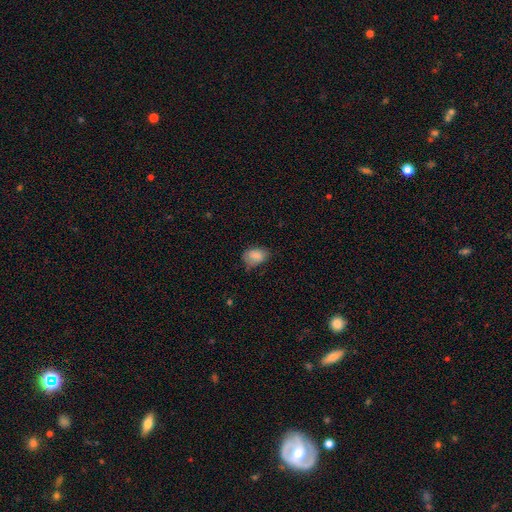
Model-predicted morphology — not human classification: This is clearly a smooth galaxy (83%). How rounded: clearly in between (81%). Merging: possibly none (59%).